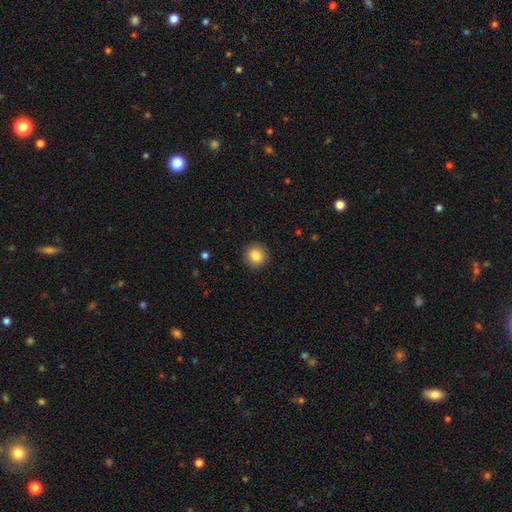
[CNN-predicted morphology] Smooth or featured? Predicted: smooth (p=0.85). How rounded? Predicted: round (p=0.94). Merging? Predicted: none (p=0.91).